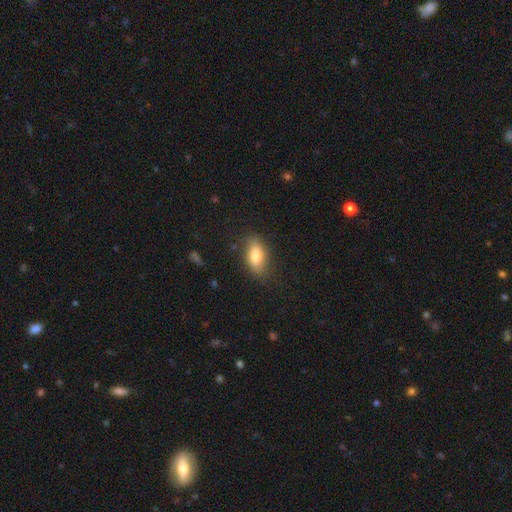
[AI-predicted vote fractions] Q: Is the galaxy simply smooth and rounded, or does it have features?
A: smooth — 77%.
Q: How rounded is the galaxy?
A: in between — 85%.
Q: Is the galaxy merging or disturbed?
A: none — 81%.